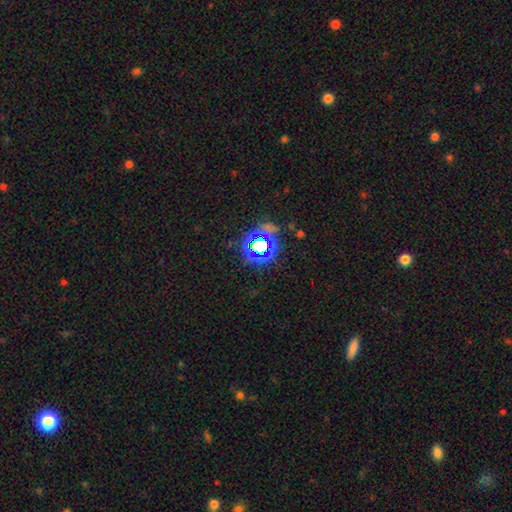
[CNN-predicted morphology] Smooth or featured? star or artifact (73%)